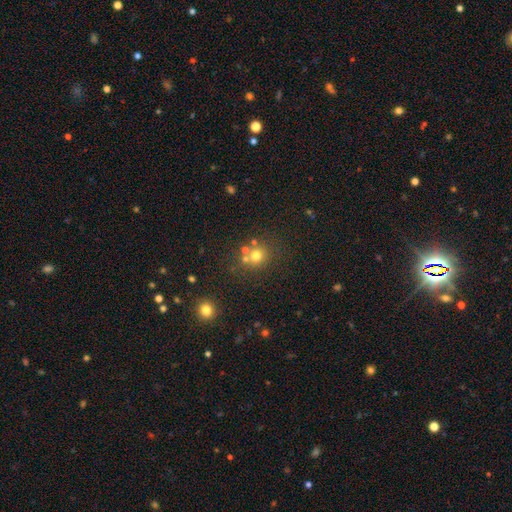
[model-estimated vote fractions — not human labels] The model was most divided on "merging": none: 62%, merger: 24%, minor disturbance: 10%, major disturbance: 4%. More confident: how rounded — round (85%); smooth or featured — smooth (69%).